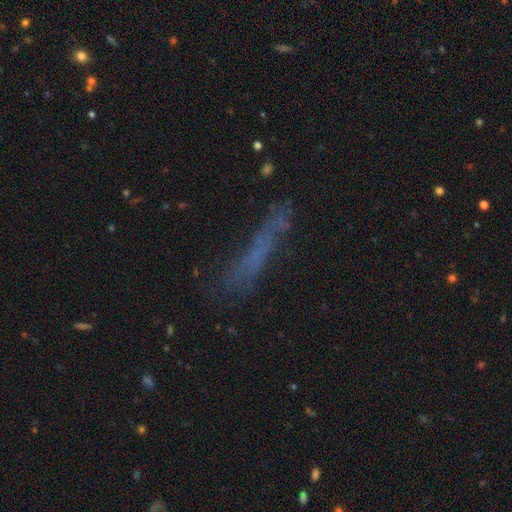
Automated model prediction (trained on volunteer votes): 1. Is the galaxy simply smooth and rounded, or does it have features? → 49% smooth, 33% featured or disk, 18% star or artifact.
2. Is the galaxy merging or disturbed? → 58% none, 22% minor disturbance, 16% major disturbance, 5% merger.